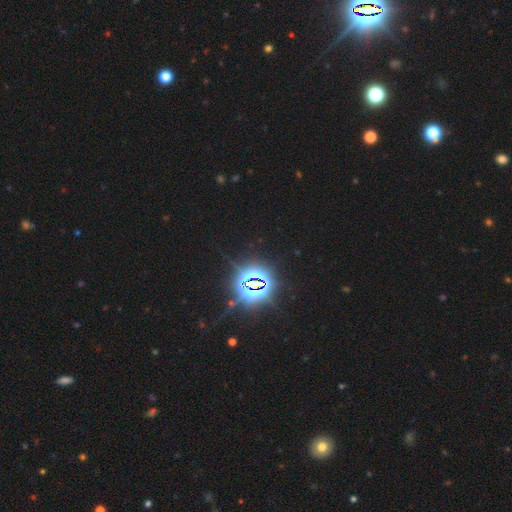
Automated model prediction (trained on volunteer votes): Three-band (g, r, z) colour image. It shows a star or artifact, not a galaxy (85%).